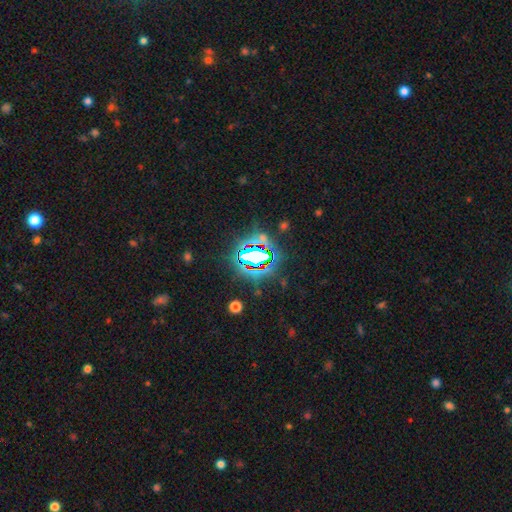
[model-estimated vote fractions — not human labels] Q: Smooth or featured?
A: star or artifact (72%); runner-up: smooth (16%)